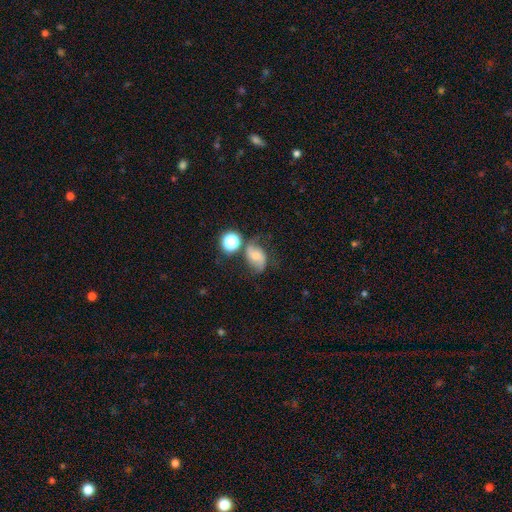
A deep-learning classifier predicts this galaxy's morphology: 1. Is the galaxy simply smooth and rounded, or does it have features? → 46% featured or disk, 40% smooth, 14% star or artifact.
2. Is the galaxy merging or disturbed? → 51% none, 24% minor disturbance, 14% major disturbance, 11% merger.